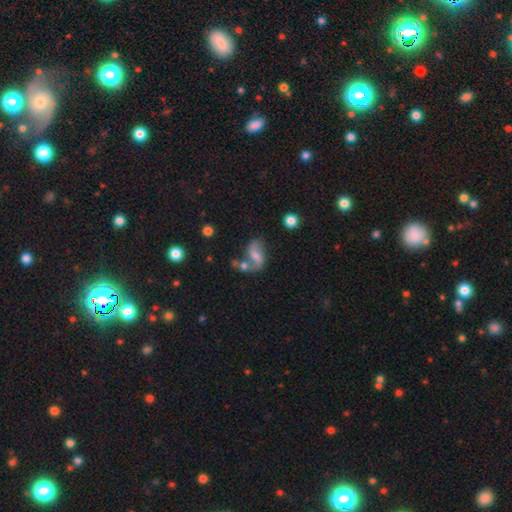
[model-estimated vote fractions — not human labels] Smooth or featured? Predicted: featured or disk (p=0.62). Edge-on disk? Predicted: no (p=0.96). Bar? Predicted: weak (p=0.42). Spiral arms? Predicted: yes (p=0.84). Bulge size? Predicted: moderate (p=0.43). Merging? Predicted: none (p=0.42).